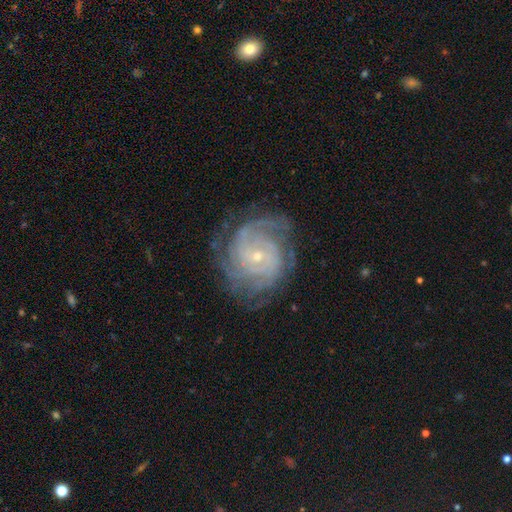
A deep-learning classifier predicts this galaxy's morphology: Smooth or featured? featured or disk (86%)
Edge-on disk? no (97%)
Bar? no (63%)
Spiral arms? yes (97%)
Spiral winding? tight (69%)
Spiral arm count? can't tell (27%)
Bulge size? small (79%)
Merging? none (76%)